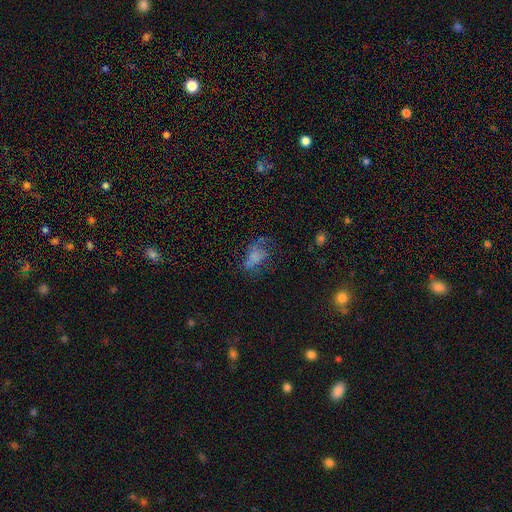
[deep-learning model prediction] A smooth galaxy with no disk features (46%).

Vote fractions:
- Smooth or featured? smooth: 46% / featured or disk: 30% / star or artifact: 24%
- Merging? none: 43% / major disturbance: 29% / minor disturbance: 23% / merger: 5%